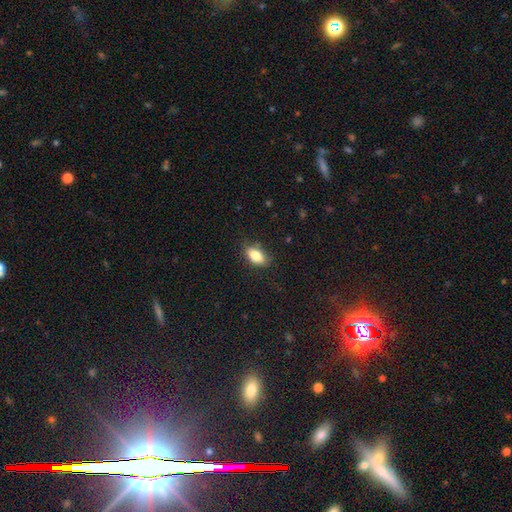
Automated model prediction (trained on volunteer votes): Morphology: type=smooth (83%); roundness=in between (89%); merging=none (77%).